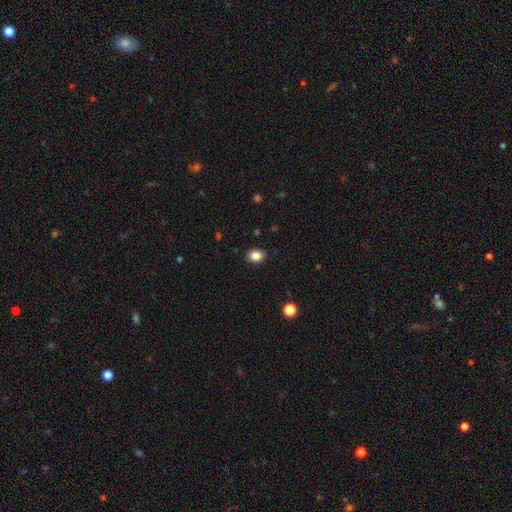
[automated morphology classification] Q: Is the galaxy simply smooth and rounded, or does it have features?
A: smooth — 85%.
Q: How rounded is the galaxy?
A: in between — 50%, tied with round.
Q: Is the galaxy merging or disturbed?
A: none — 90%.